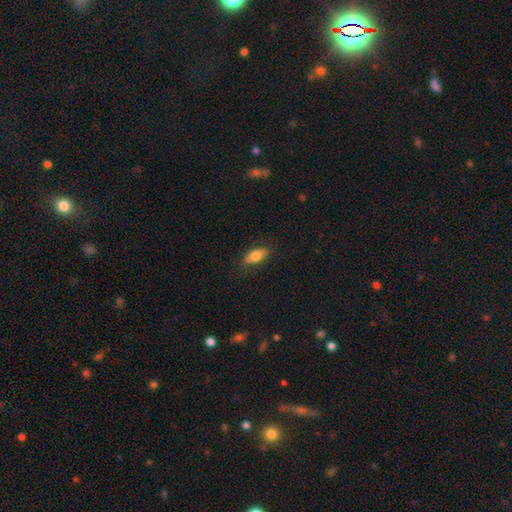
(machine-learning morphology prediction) Smooth or featured? Predicted: smooth (p=0.71). How rounded? Predicted: in between (p=0.76). Merging? Predicted: none (p=0.82).